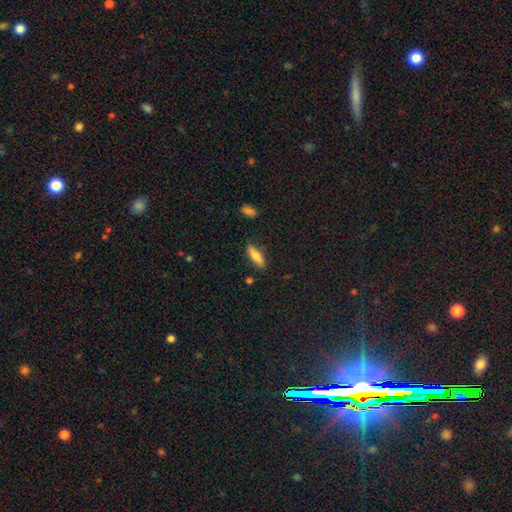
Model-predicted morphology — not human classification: smooth-or-featured: smooth: 77% | featured or disk: 16% | star or artifact: 7%
  how-rounded: in between: 57% | cigar-shaped: 41% | round: 2%
  merging: none: 81% | minor disturbance: 14% | major disturbance: 3% | merger: 2%